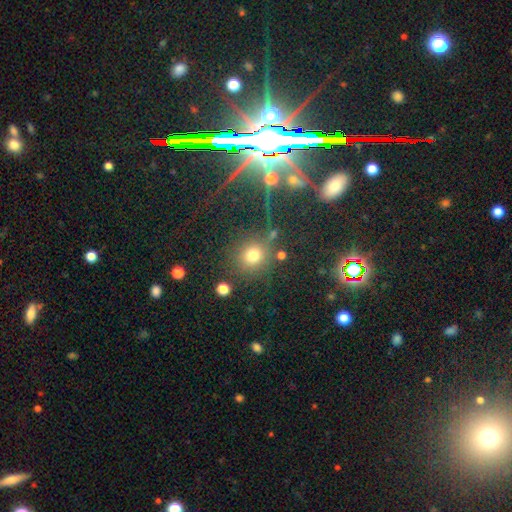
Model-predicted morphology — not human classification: A smooth galaxy with no disk features (57%) that is round (89%). Merging: none (83%).